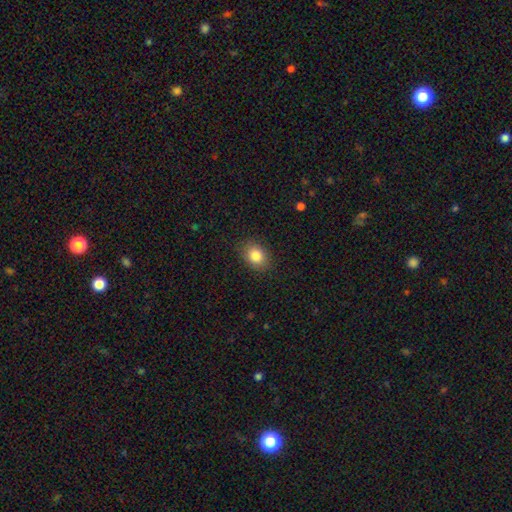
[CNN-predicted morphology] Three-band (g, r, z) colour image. It shows a smooth galaxy with no disk features (84%) that is in between round and cigar-shaped (64%). Merging: none (86%).